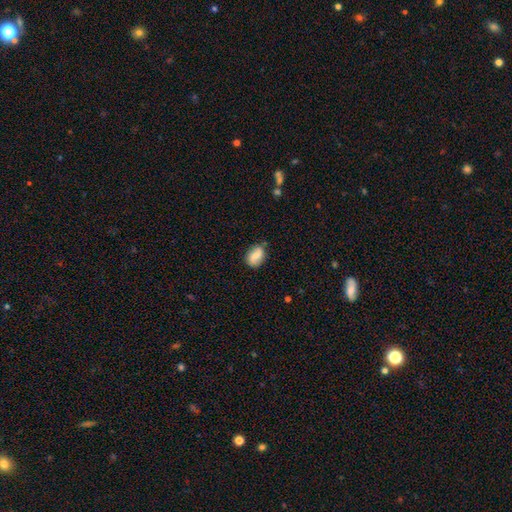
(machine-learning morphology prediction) type=smooth (64%); roundness=in between (69%); merging=none (74%).